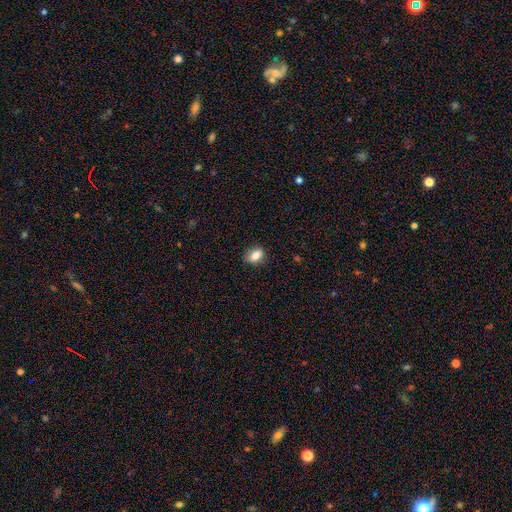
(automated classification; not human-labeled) Overall: smooth (83%). How rounded: in between (68%; round 30%). Merging: none (83%).